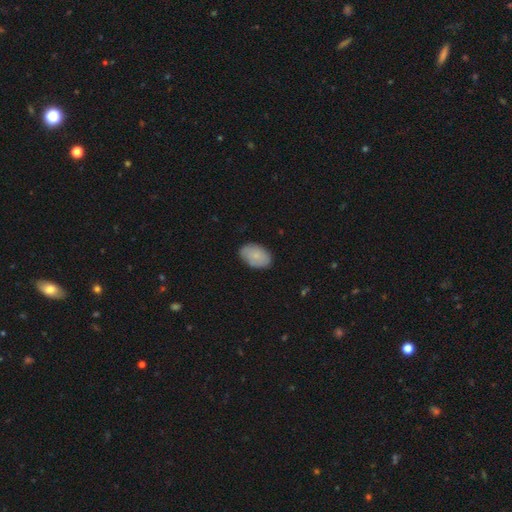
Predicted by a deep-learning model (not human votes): Morphology: type=smooth (80%); roundness=in between (90%); merging=none (83%).